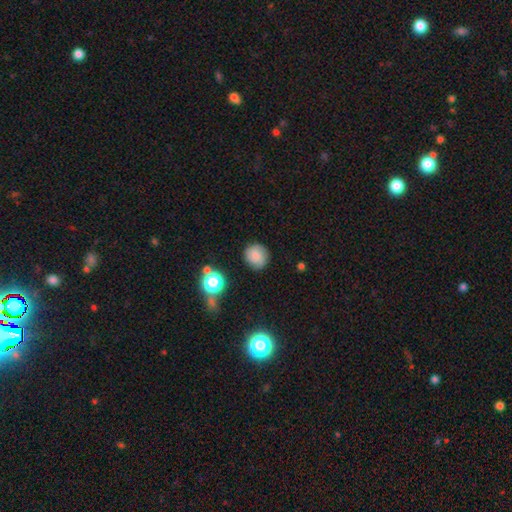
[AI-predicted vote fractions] This appears to be a smooth galaxy with no disk features (76%) that is round (87%). Merging: none (81%).